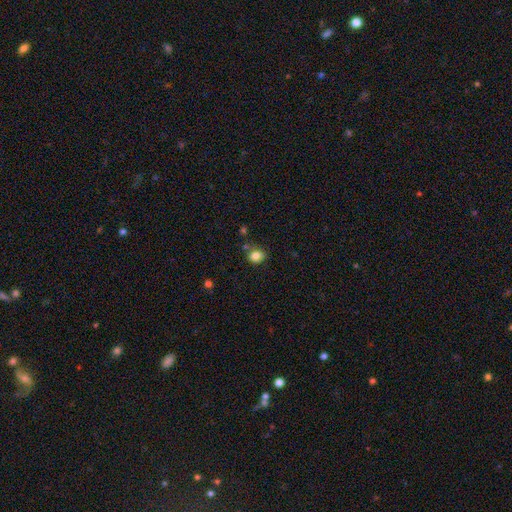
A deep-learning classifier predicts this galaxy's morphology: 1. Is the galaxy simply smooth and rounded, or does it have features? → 83% smooth, 11% star or artifact, 6% featured or disk.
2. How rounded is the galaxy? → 67% round, 33% in between, 1% cigar-shaped.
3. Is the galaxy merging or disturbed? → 71% none, 17% minor disturbance, 8% merger, 4% major disturbance.